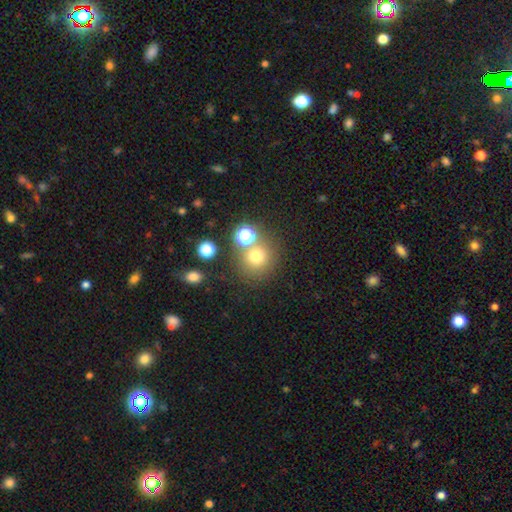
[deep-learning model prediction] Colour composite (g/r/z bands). It shows a smooth galaxy with no disk features (70%) that is round (90%). Merging: none (69%).